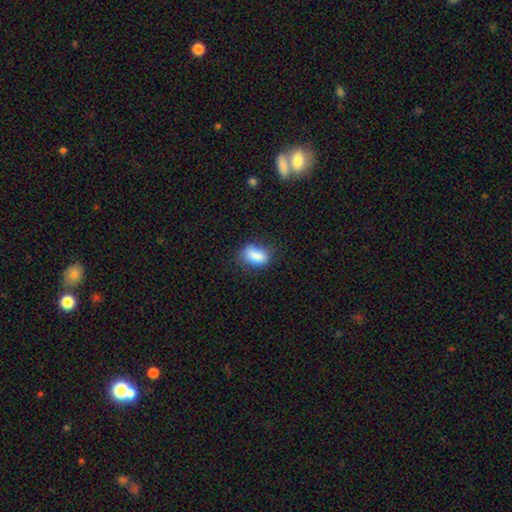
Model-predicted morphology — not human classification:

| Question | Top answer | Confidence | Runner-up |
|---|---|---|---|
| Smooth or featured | smooth | 85% | star or artifact (8%) |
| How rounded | in between | 88% | round (9%) |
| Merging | none | 61% | minor disturbance (27%) |